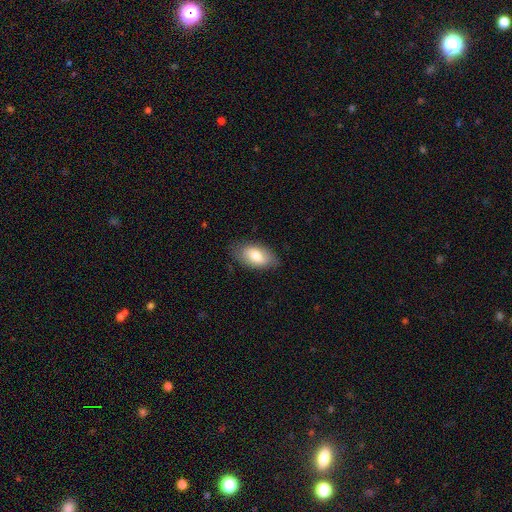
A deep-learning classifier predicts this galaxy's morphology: This is likely a smooth galaxy (75%). How rounded: clearly in between (93%). Merging: clearly none (80%).